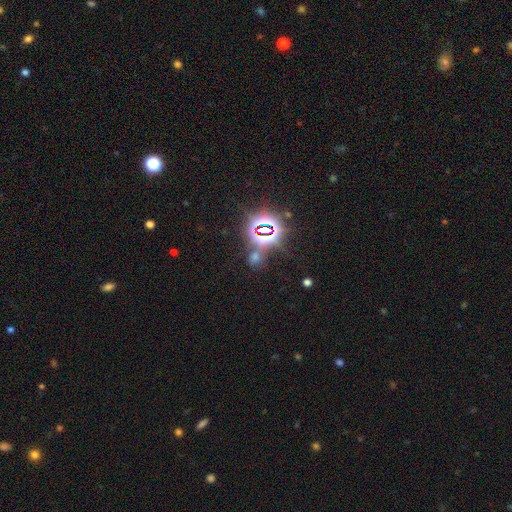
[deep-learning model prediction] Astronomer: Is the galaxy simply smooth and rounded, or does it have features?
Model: star or artifact — 77%.